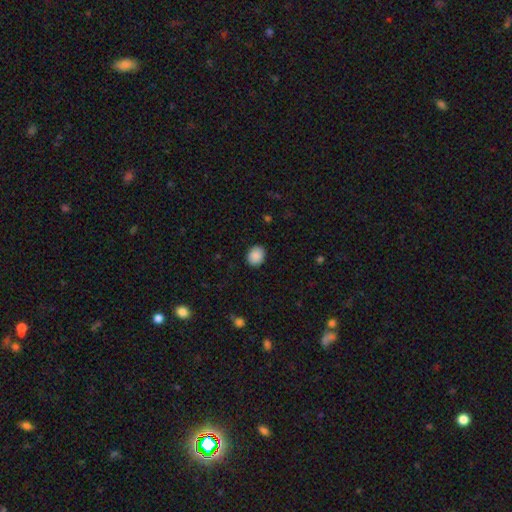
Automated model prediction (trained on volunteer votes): A smooth galaxy with no disk features (90%) that is round (53%). Merging: none (89%).